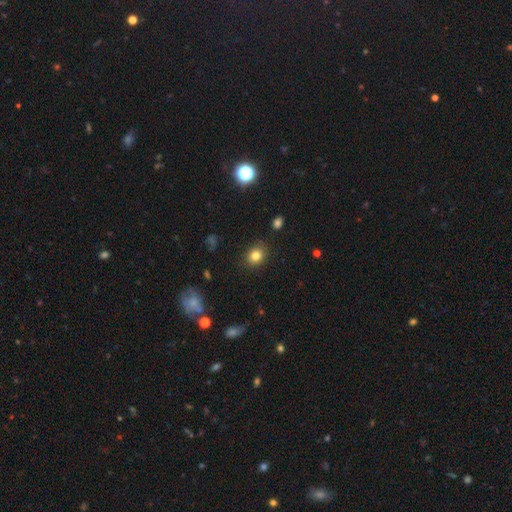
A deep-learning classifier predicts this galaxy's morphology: smooth-or-featured: smooth: 82% | star or artifact: 11% | featured or disk: 7%
  how-rounded: round: 57% | in between: 42% | cigar-shaped: 1%
  merging: none: 87% | minor disturbance: 10% | major disturbance: 3% | merger: 1%